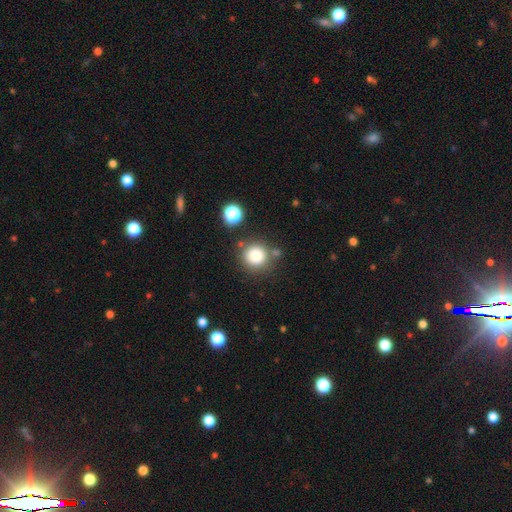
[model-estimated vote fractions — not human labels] Q: Smooth or featured?
A: smooth (80%); runner-up: star or artifact (12%)
Q: How rounded?
A: round (93%); runner-up: in between (6%)
Q: Merging?
A: none (76%); runner-up: minor disturbance (10%)